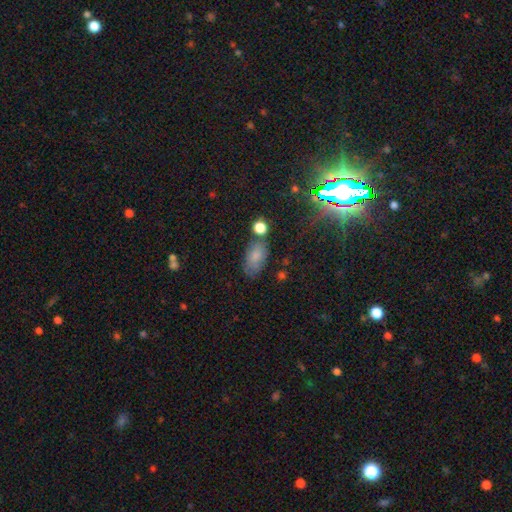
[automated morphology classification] Smooth or featured?
  - smooth: 75% *
  - star or artifact: 14%
  - featured or disk: 11%
How rounded?
  - in between: 90% *
  - round: 6%
  - cigar-shaped: 3%
Merging?
  - none: 65% *
  - minor disturbance: 19%
  - merger: 10%
  - major disturbance: 6%